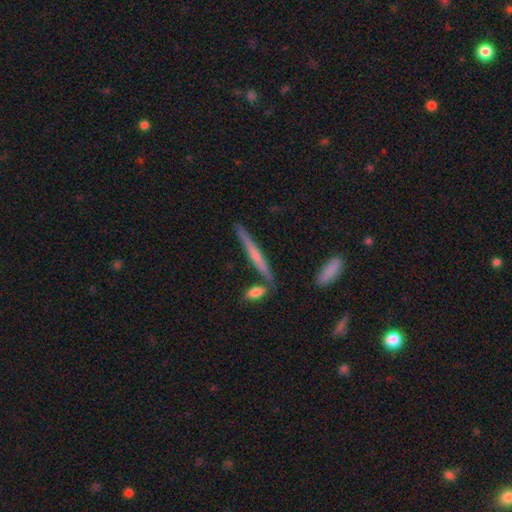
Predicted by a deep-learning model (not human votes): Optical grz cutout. It shows a featured or disk galaxy (52%) viewed edge-on (96%). Merging: none (82%).